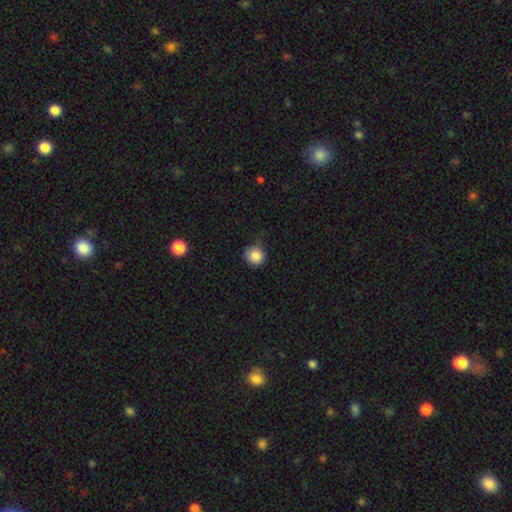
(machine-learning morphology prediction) This is clearly a smooth galaxy (85%). How rounded: clearly round (89%). Merging: likely none (62%).